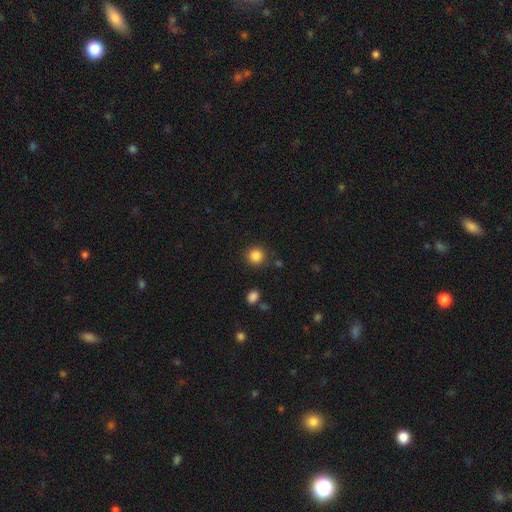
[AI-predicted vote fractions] Smooth or featured? smooth (86%)
How rounded? round (93%)
Merging? none (88%)